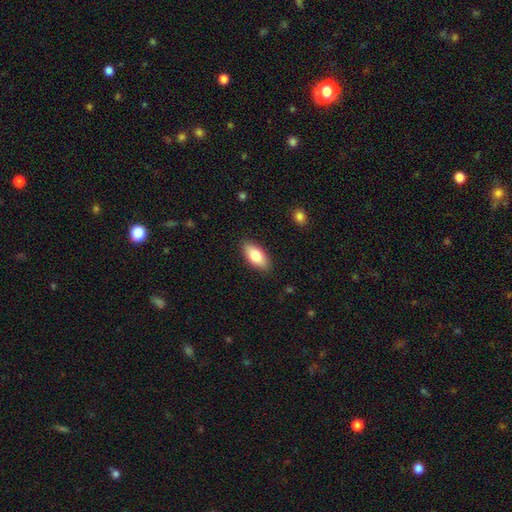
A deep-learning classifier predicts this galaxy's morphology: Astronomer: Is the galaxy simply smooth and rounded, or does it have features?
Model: smooth — 80%.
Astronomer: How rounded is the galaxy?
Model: in between — 88%.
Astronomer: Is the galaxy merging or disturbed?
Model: none — 88%.